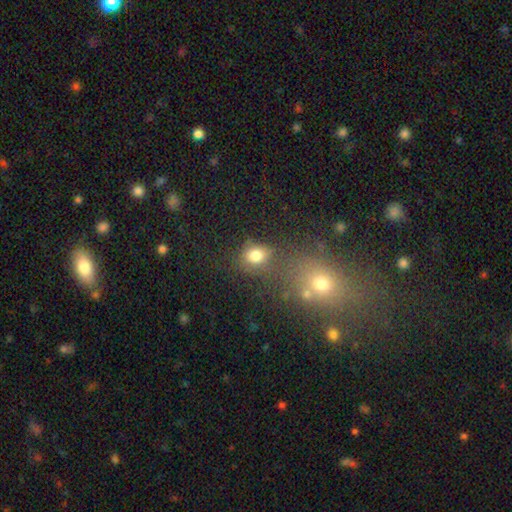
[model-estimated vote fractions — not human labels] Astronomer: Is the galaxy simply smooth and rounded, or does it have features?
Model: smooth — 74%.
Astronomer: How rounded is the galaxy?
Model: round — 53% (runner-up: in between, 45%).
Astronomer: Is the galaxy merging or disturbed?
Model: none — 55%.